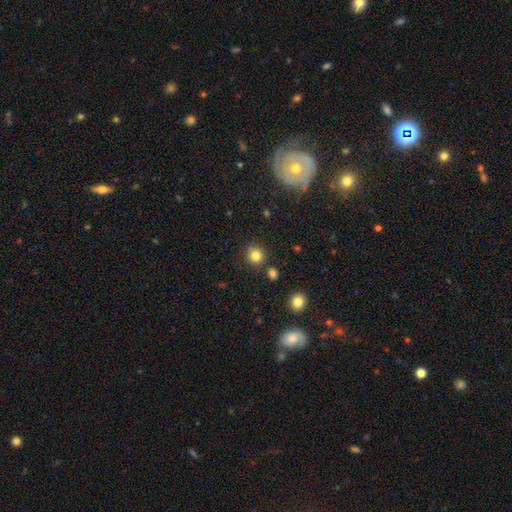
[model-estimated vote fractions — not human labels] This appears to be a smooth galaxy with no disk features (82%) that is round (89%). Merging: none (83%).